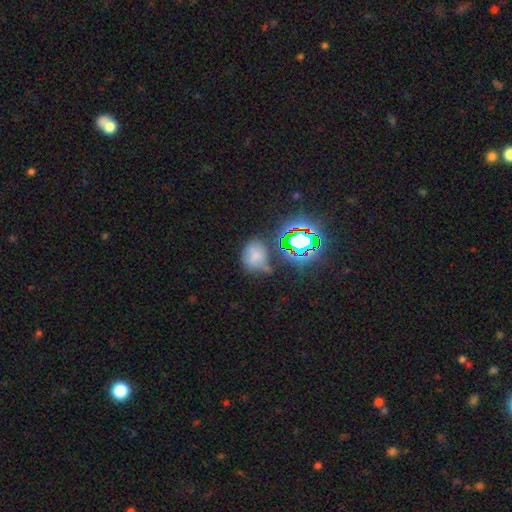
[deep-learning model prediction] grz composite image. It shows a smooth galaxy with no disk features (55%) that is in between round and cigar-shaped (51%). Merging: none (44%).